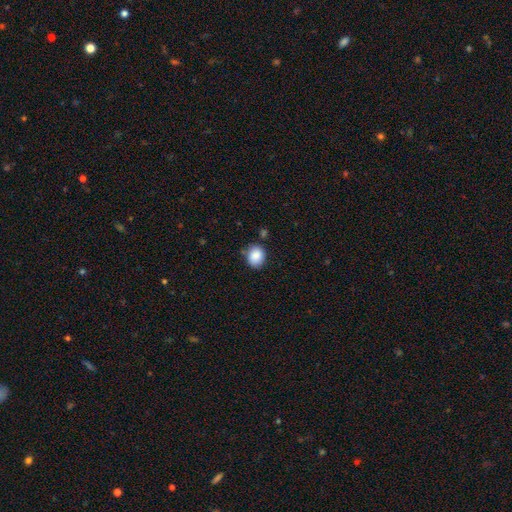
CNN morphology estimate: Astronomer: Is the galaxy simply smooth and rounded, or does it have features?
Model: smooth — 87%.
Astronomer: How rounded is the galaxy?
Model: round — 68%.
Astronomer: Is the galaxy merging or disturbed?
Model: none — 76%.